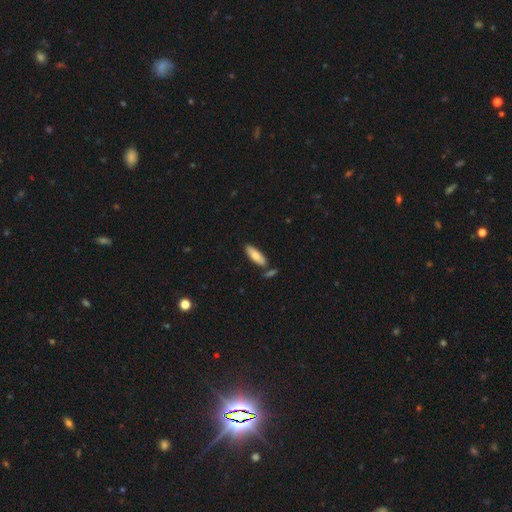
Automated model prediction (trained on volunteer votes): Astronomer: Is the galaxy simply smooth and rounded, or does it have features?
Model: smooth — 78%.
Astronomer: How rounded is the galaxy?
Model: in between — 65%.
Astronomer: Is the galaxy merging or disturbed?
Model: none — 75%.